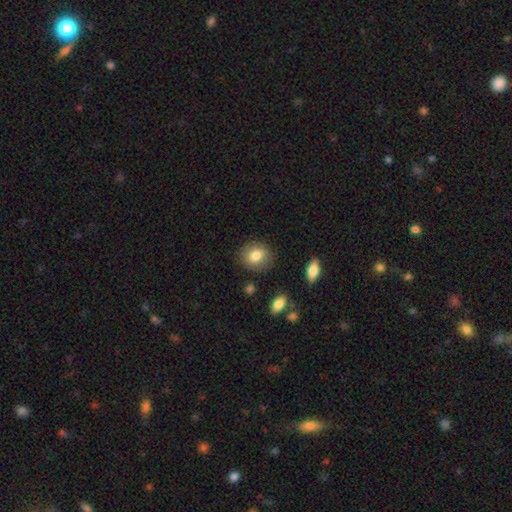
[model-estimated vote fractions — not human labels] Overall: smooth (81%). How rounded: round (68%; in between 31%). Merging: none (85%).